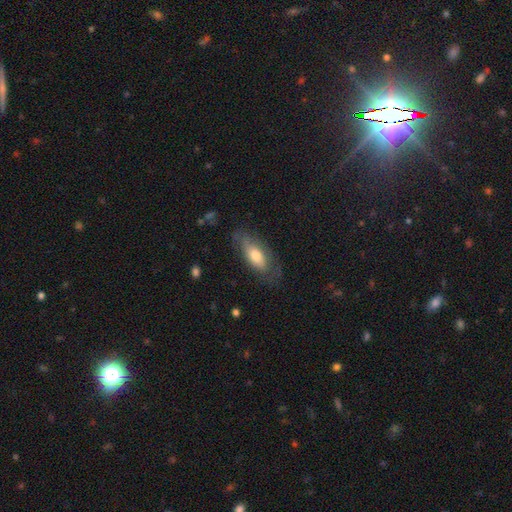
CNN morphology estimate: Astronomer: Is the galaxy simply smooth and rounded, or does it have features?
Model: smooth — 62%.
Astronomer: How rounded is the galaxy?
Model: in between — 79%.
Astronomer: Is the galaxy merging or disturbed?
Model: none — 66%.